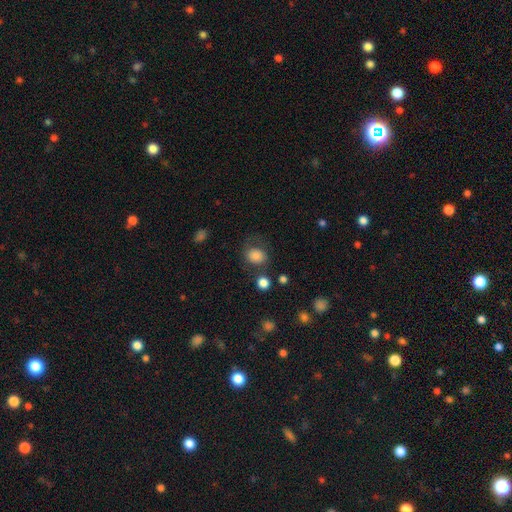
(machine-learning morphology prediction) type=smooth (80%); roundness=round (57%); merging=none (61%).